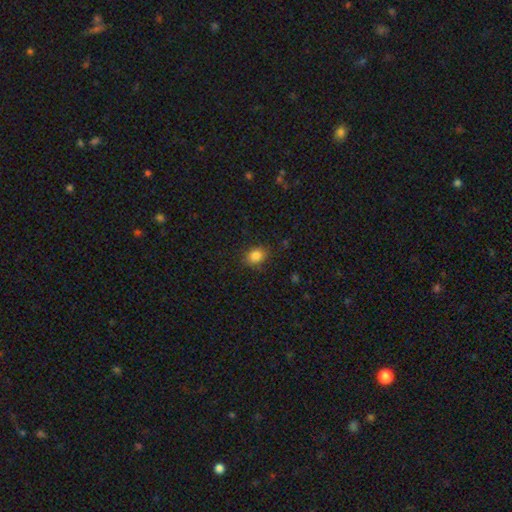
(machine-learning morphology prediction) A smooth galaxy with no disk features (85%) that is in between round and cigar-shaped (53%).

Vote fractions:
- Smooth or featured? smooth: 85% / star or artifact: 10% / featured or disk: 5%
- How rounded? in between: 53% / round: 46% / cigar-shaped: 1%
- Merging? none: 83% / minor disturbance: 13% / major disturbance: 3% / merger: 1%